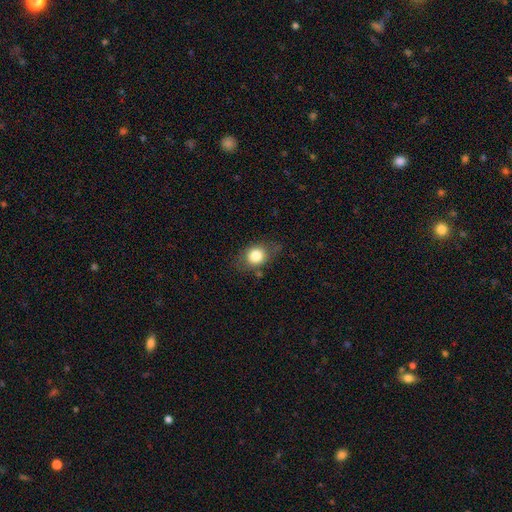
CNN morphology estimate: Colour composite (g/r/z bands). It shows a smooth galaxy with no disk features (79%) that is round (53%). Merging: none (71%).